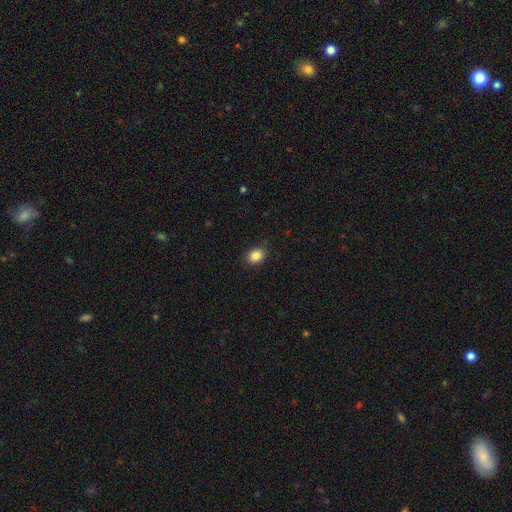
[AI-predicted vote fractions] smooth-or-featured: smooth: 86% | star or artifact: 9% | featured or disk: 4%
  how-rounded: in between: 57% | round: 42% | cigar-shaped: 1%
  merging: none: 86% | minor disturbance: 11% | major disturbance: 3% | merger: 1%